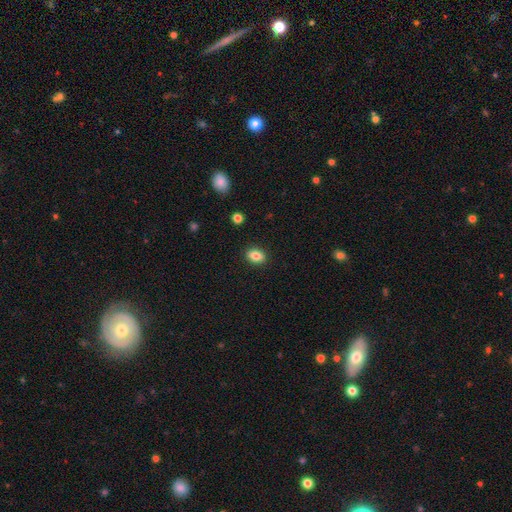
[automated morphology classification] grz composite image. It shows a smooth galaxy with no disk features (85%) that is in between round and cigar-shaped (74%). Merging: none (90%).